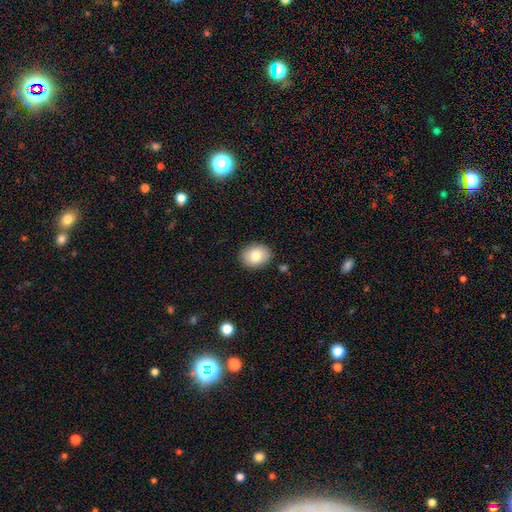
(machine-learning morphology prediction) smooth_or_featured: smooth (p=0.82) [alt: featured or disk p=0.10]
how_rounded: in between (p=0.54) [alt: round p=0.45]
merging: none (p=0.88) [alt: minor disturbance p=0.08]